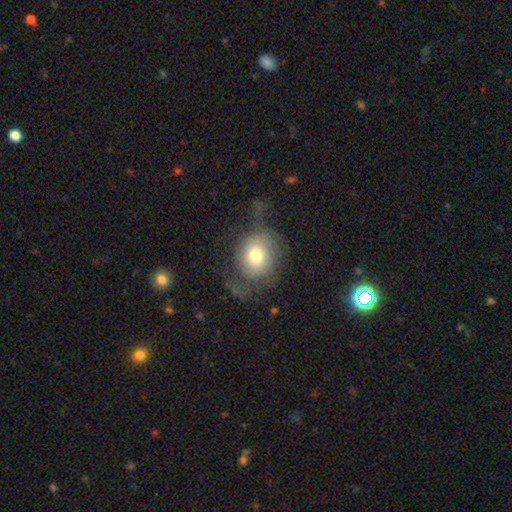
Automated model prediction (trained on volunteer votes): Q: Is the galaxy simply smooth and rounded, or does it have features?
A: smooth — 68%.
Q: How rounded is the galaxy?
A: round — 71%.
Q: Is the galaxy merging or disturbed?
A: none — 46%.